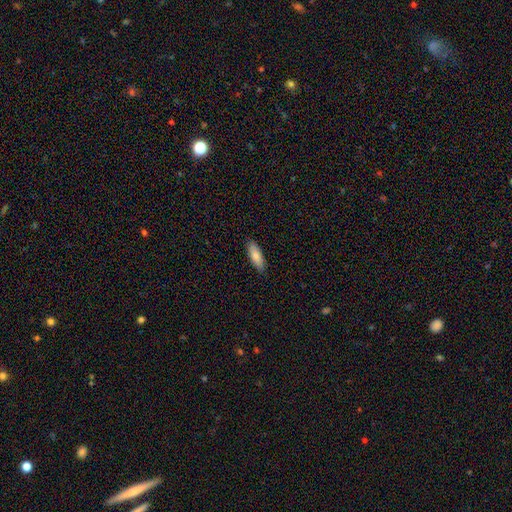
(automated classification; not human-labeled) Smooth or featured? Predicted: smooth (p=0.82). How rounded? Predicted: in between (p=0.56). Merging? Predicted: none (p=0.89).